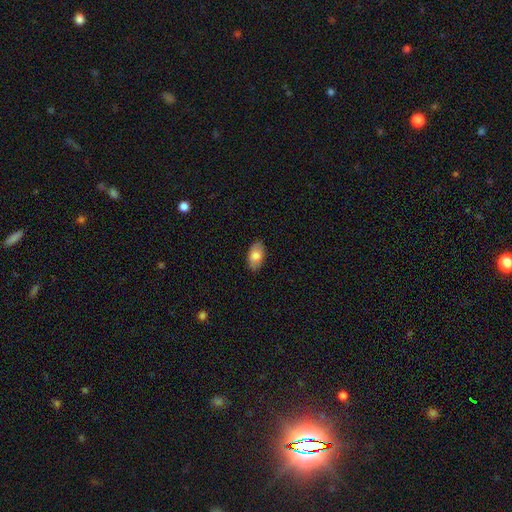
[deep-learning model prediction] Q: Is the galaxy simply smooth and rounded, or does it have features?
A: smooth — 79%.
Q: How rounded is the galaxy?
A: in between — 94%.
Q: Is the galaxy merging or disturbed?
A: none — 87%.